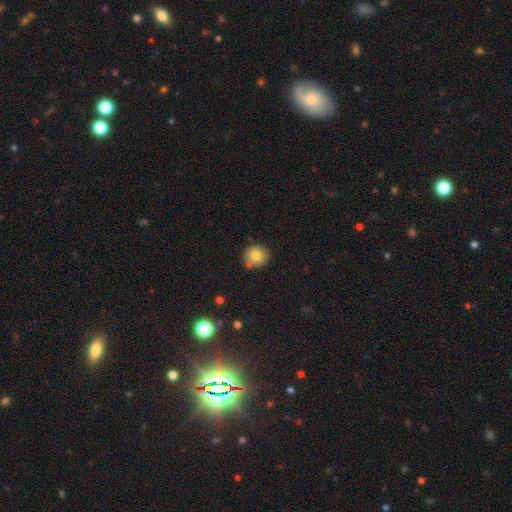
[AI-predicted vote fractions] A smooth galaxy with no disk features (81%) that is round (87%). Merging: none (77%).